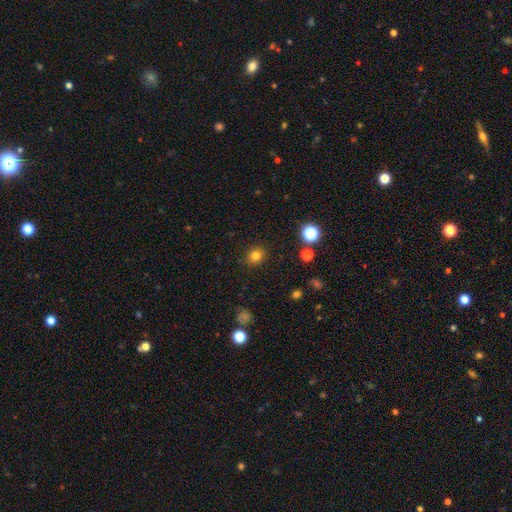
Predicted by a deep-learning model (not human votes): smooth 81%, star or artifact 14%, featured or disk 5%. Down the decision tree: how rounded — round (84%); merging — none (90%).